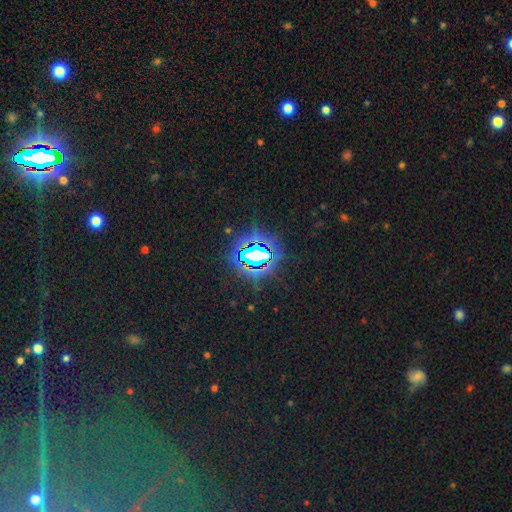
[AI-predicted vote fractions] This is likely a star or artifact rather than a galaxy (78%).